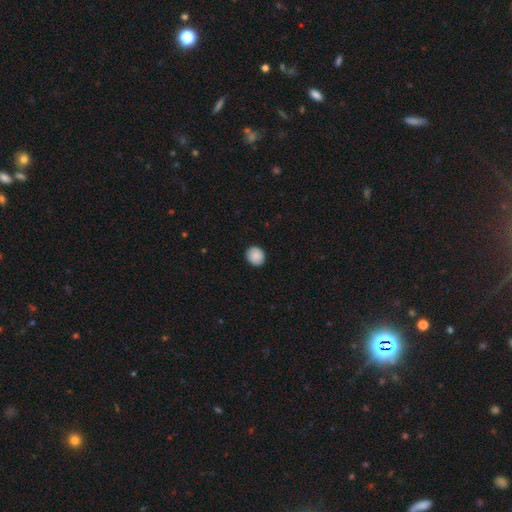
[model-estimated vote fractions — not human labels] Smooth or featured? smooth (89%)
How rounded? round (80%)
Merging? none (90%)